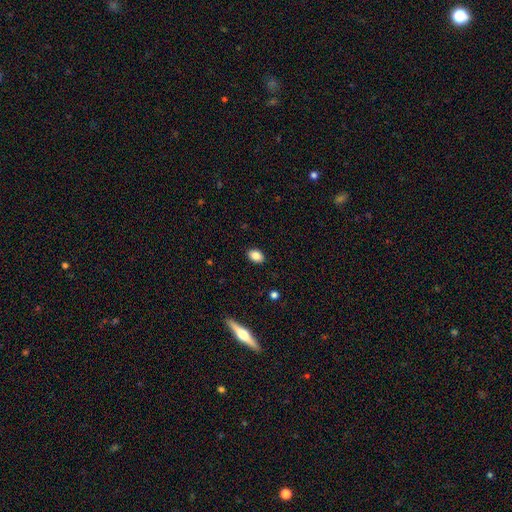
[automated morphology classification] This is clearly a smooth galaxy (86%). How rounded: clearly in between (81%). Merging: clearly none (89%).